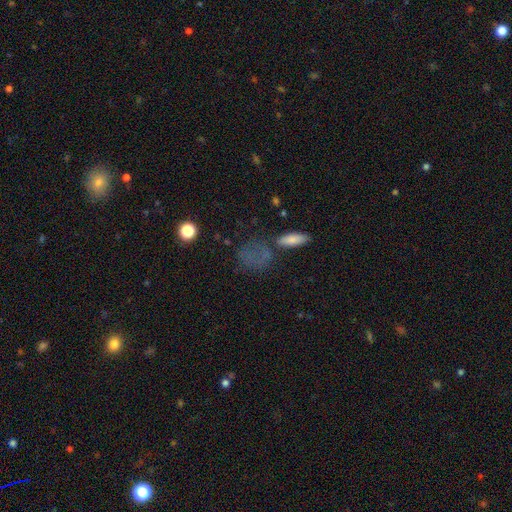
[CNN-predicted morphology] smooth_or_featured: smooth (p=0.54) [alt: star or artifact p=0.27]
how_rounded: in between (p=0.50) [alt: round p=0.33]
merging: none (p=0.46) [alt: major disturbance p=0.21]